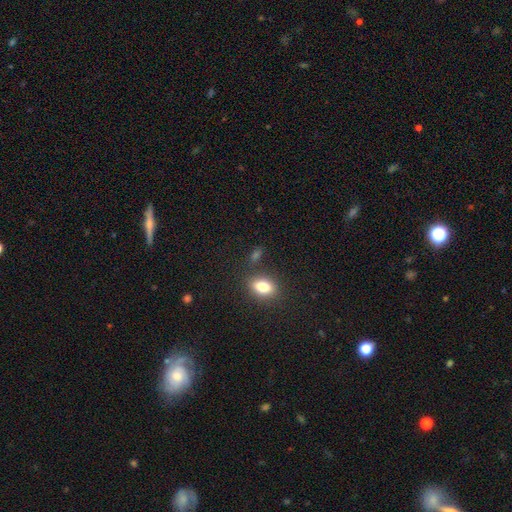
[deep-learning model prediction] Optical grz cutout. It shows a smooth galaxy with no disk features (78%) that is in between round and cigar-shaped (76%). Merging: none (80%).